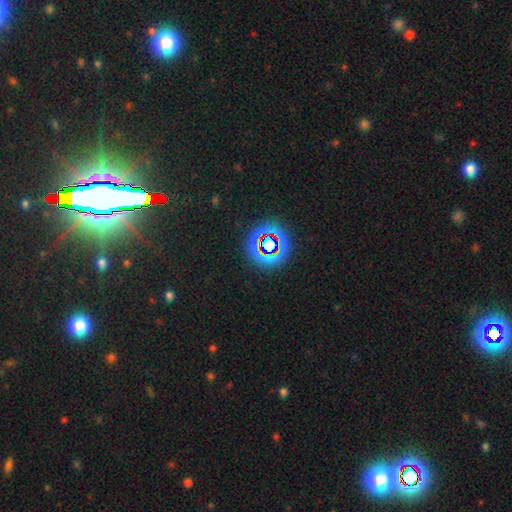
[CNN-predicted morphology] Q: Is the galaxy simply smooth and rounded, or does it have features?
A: star or artifact — 63%.